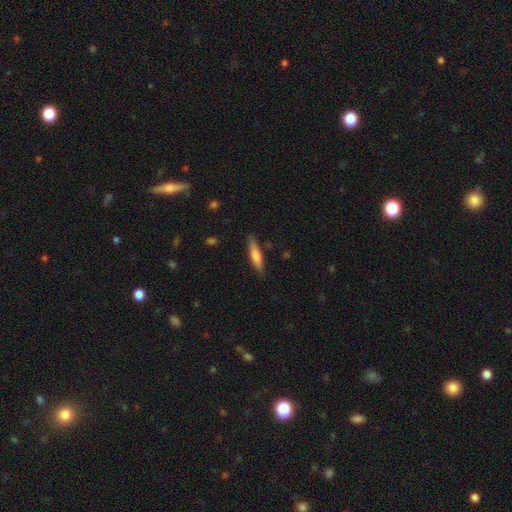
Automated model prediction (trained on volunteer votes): A smooth galaxy with no disk features (69%) that is cigar-shaped (80%). Merging: none (85%).